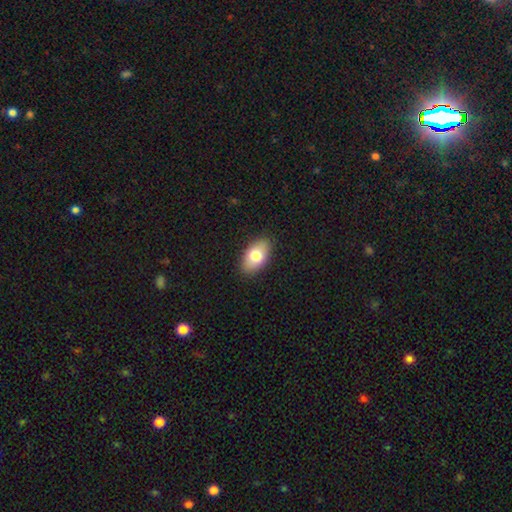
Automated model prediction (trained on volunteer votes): This is likely a smooth galaxy (79%). How rounded: clearly in between (93%). Merging: clearly none (88%).